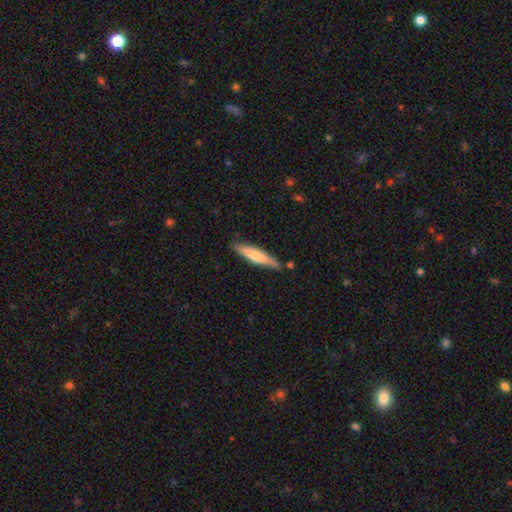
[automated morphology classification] smooth-or-featured: smooth: 59% | featured or disk: 35% | star or artifact: 6%
  how-rounded: cigar-shaped: 88% | in between: 11% | round: 1%
  merging: none: 80% | minor disturbance: 14% | merger: 3% | major disturbance: 2%